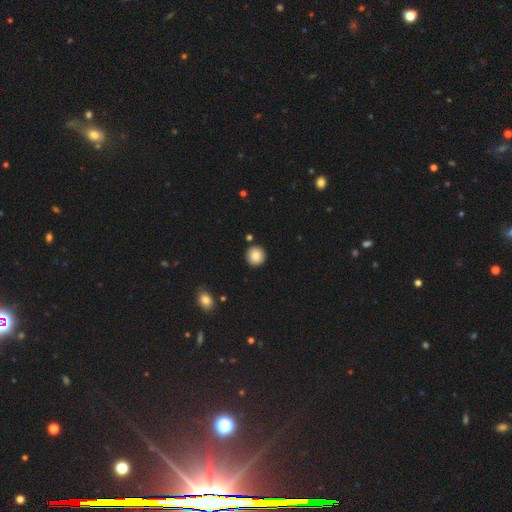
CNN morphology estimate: type=smooth (85%); roundness=round (95%); merging=none (90%).